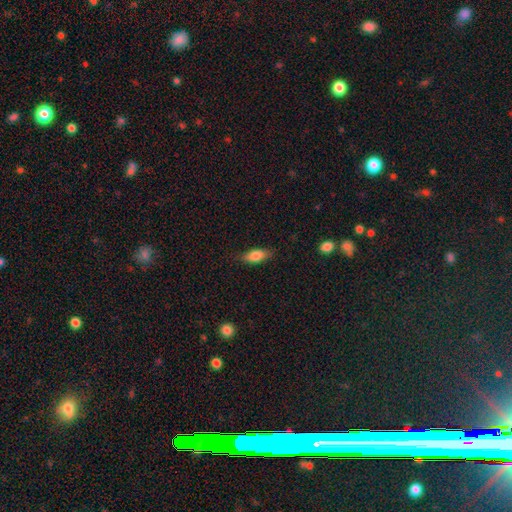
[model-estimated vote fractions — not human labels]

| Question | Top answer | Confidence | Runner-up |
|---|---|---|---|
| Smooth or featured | smooth | 77% | featured or disk (16%) |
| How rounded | in between | 76% | cigar-shaped (20%) |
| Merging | none | 80% | minor disturbance (15%) |